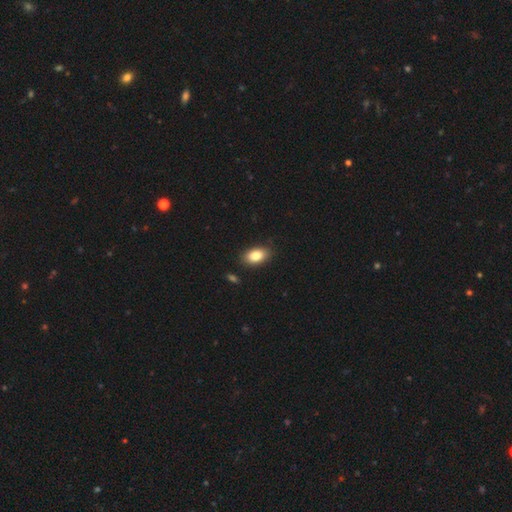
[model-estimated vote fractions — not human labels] smooth_or_featured: smooth (p=0.85) [alt: featured or disk p=0.08]
how_rounded: in between (p=0.91) [alt: round p=0.07]
merging: none (p=0.86) [alt: minor disturbance p=0.10]